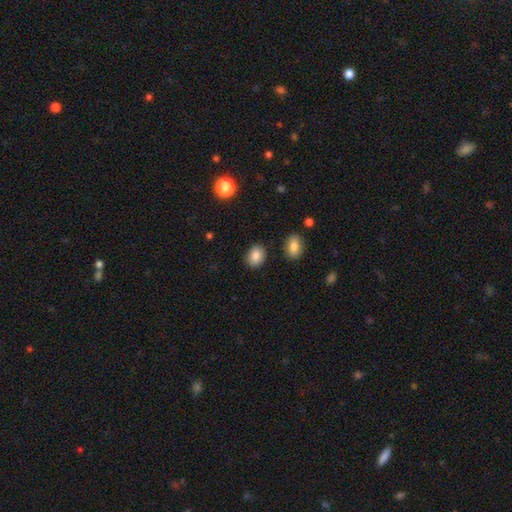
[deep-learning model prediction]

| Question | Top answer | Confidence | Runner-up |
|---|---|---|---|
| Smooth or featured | smooth | 86% | star or artifact (8%) |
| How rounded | in between | 59% | round (40%) |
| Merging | none | 88% | minor disturbance (8%) |